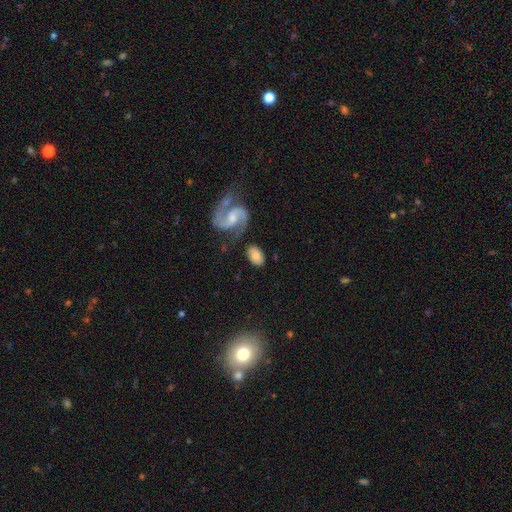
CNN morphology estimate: A smooth galaxy with no disk features (59%) that is in between round and cigar-shaped (88%). Merging: none (64%).